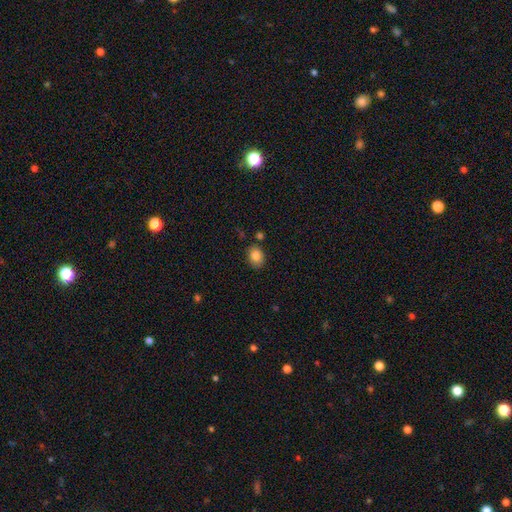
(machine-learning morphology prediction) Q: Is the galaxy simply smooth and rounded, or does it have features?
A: smooth — 83%.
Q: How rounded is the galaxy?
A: in between — 60%.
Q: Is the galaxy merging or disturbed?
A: none — 82%.